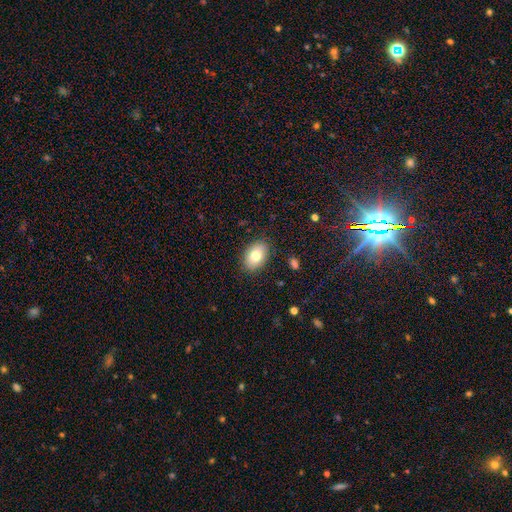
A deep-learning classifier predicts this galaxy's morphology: Overall: smooth (78%). How rounded: in between (81%). Merging: none (86%).